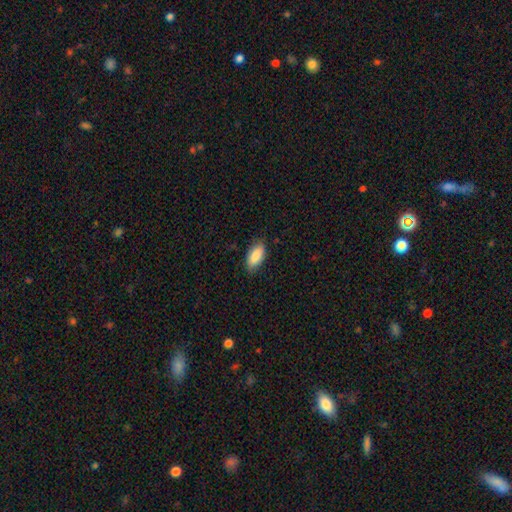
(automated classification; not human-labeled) smooth_or_featured: smooth (p=0.86) [alt: featured or disk p=0.08]
how_rounded: in between (p=0.88) [alt: cigar-shaped p=0.10]
merging: none (p=0.81) [alt: minor disturbance p=0.15]